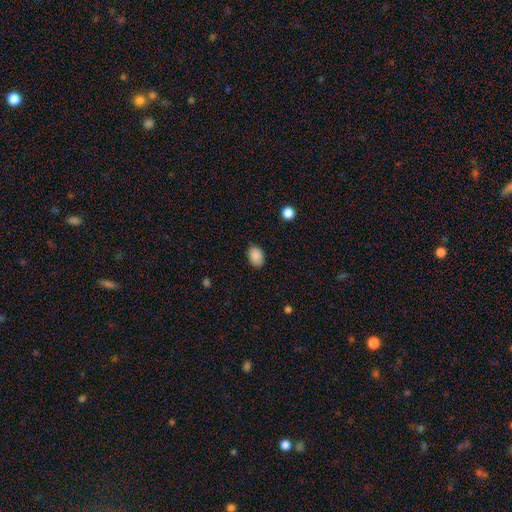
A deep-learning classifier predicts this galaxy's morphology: Overall: smooth (89%). How rounded: in between (79%). Merging: none (85%).